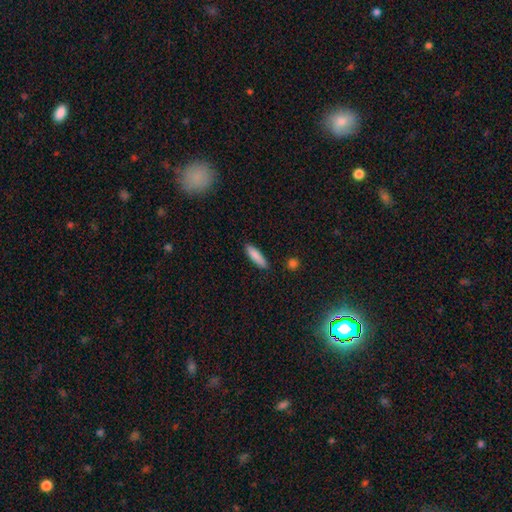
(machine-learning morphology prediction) This is clearly a smooth galaxy (86%). How rounded: likely cigar-shaped (65%). Merging: clearly none (87%).